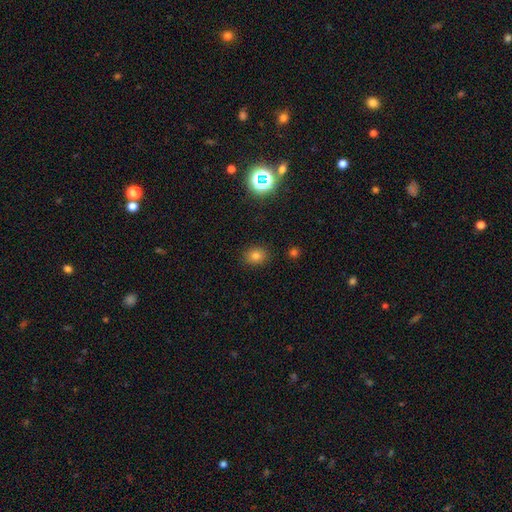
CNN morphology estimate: A smooth galaxy with no disk features (75%) that is round (51%). Merging: none (87%).